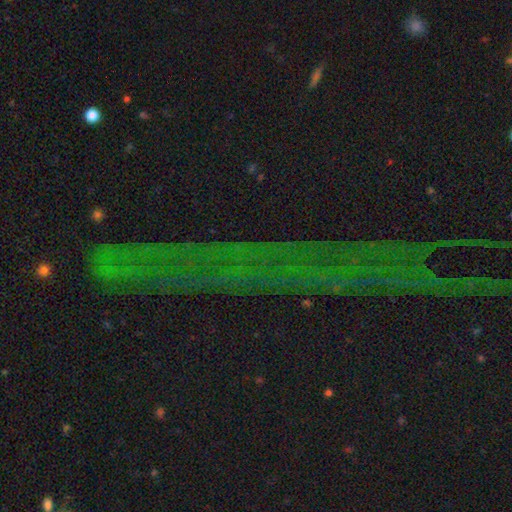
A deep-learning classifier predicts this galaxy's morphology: A star or artifact, not a galaxy (81%).